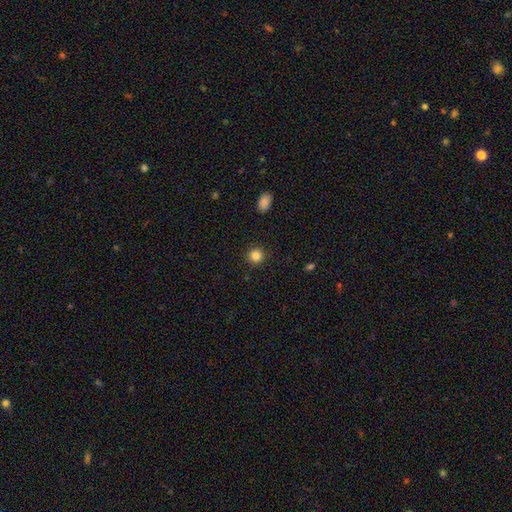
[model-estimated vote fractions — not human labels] Q: Smooth or featured?
A: smooth (85%); runner-up: star or artifact (11%)
Q: How rounded?
A: round (93%); runner-up: in between (6%)
Q: Merging?
A: none (92%); runner-up: minor disturbance (5%)